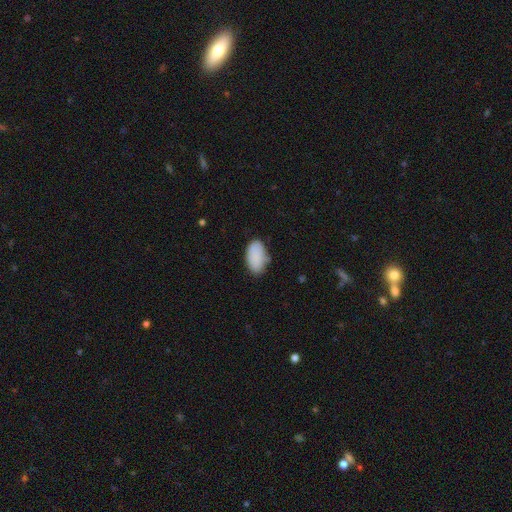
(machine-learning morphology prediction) Overall: smooth (88%). How rounded: in between (95%). Merging: none (72%).